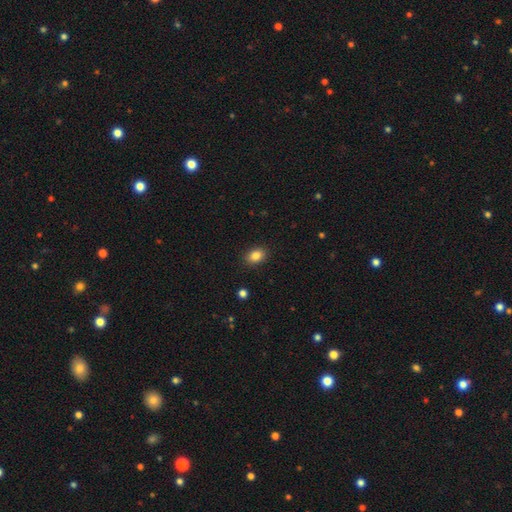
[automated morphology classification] This appears to be a smooth galaxy with no disk features (85%) that is in between round and cigar-shaped (75%). Merging: none (89%).